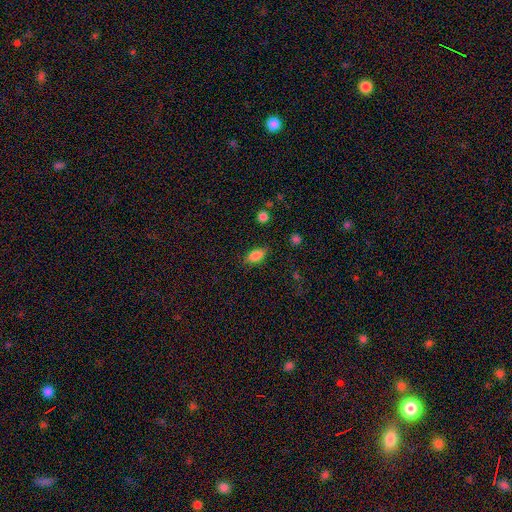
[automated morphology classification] Smooth or featured? smooth (84%)
How rounded? in between (87%)
Merging? none (80%)